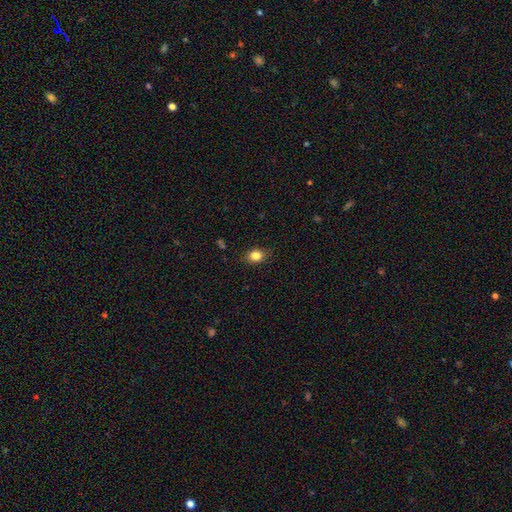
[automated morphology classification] Smooth or featured? smooth (83%)
How rounded? in between (60%)
Merging? none (84%)